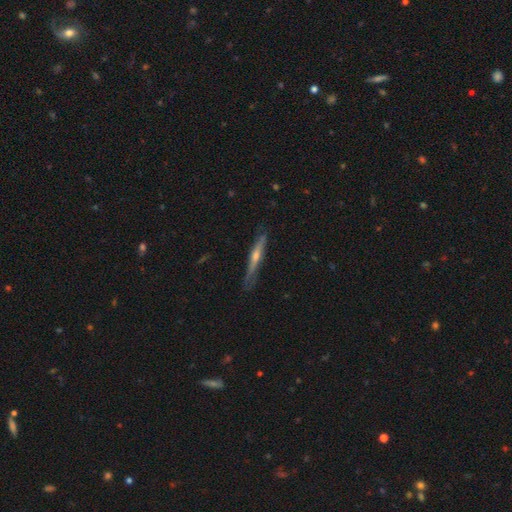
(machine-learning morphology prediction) The model was most divided on "smooth or featured": featured or disk: 64%, smooth: 30%, star or artifact: 6%. More confident: edge-on disk — yes (95%); edge-on bulge — rounded (79%); merging — none (77%).